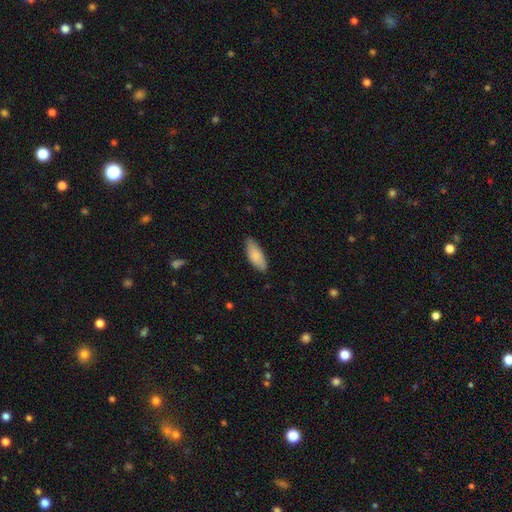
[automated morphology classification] The model was most divided on "how rounded": in between: 78%, cigar-shaped: 20%, round: 2%. More confident: smooth or featured — smooth (85%); merging — none (82%).